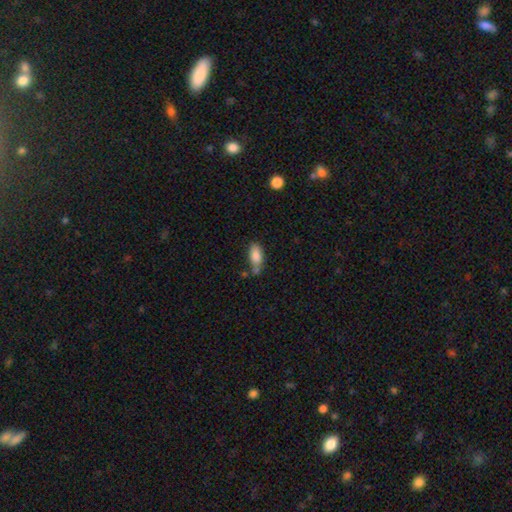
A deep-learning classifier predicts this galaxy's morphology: smooth 85%, featured or disk 8%, star or artifact 8%. Down the decision tree: how rounded — in between (88%); merging — none (50%).